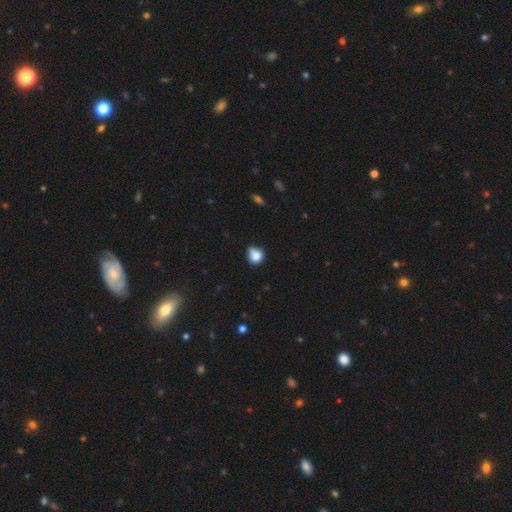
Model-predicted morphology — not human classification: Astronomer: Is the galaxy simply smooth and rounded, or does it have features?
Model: smooth — 81%.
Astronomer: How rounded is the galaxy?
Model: round — 72%.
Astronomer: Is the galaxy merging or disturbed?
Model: none — 49% (runner-up: minor disturbance, 34%).